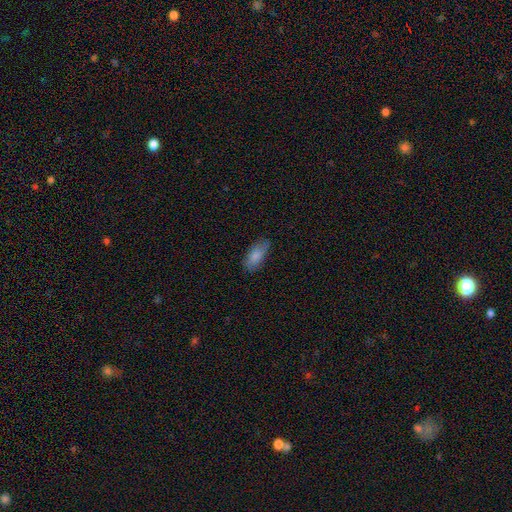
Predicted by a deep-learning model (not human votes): This appears to be a smooth galaxy with no disk features (84%) that is in between round and cigar-shaped (86%). Merging: none (73%).